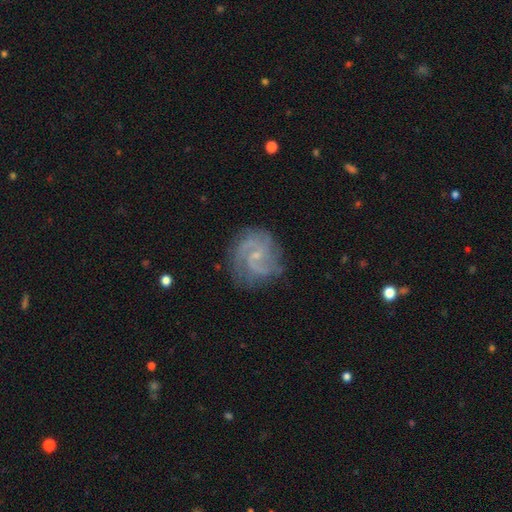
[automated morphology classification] The model was most divided on "bar": no: 51%, weak: 42%, strong: 7%. Remaining: edge-on disk — no (98%); spiral arms — yes (97%); smooth or featured — featured or disk (86%); bulge size — small (78%); merging — none (76%); spiral arm count — 2 (55%); spiral winding — medium (50%).